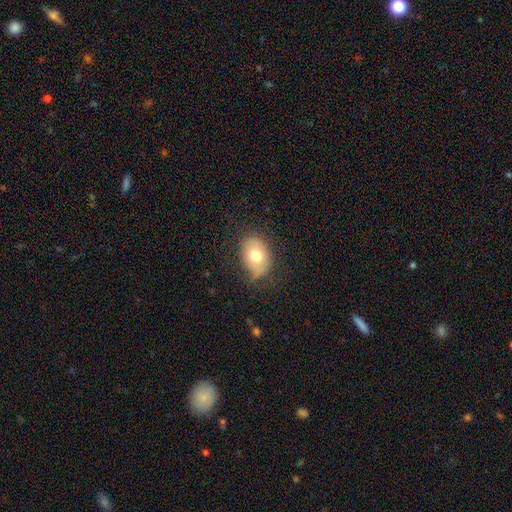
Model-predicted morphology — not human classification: A smooth galaxy with no disk features (72%) that is in between round and cigar-shaped (78%). Merging: none (71%).